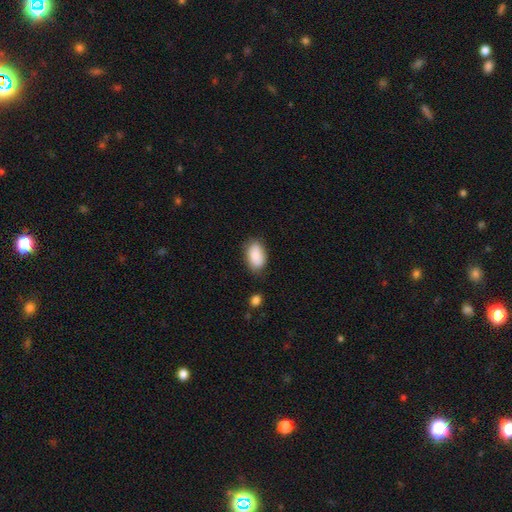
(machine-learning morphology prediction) smooth 87%, featured or disk 7%, star or artifact 7%. Down the decision tree: how rounded — in between (92%); merging — none (77%).